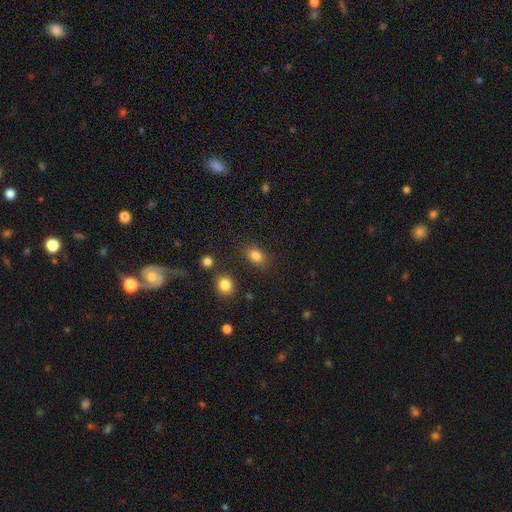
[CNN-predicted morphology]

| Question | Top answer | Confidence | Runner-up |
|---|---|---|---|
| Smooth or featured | smooth | 82% | star or artifact (13%) |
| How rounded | in between | 59% | round (40%) |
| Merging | none | 80% | minor disturbance (12%) |